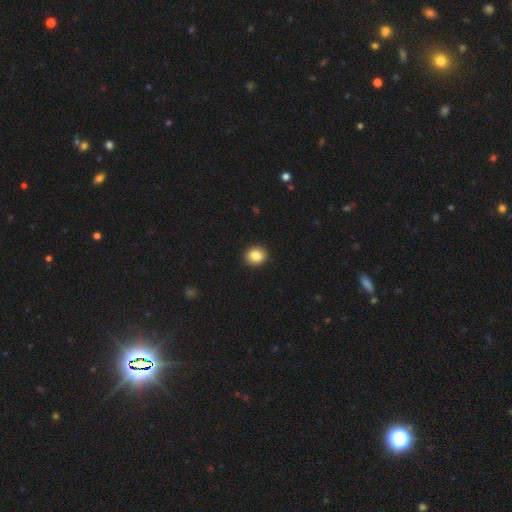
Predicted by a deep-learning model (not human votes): smooth_or_featured: smooth (p=0.85) [alt: star or artifact p=0.09]
how_rounded: round (p=0.76) [alt: in between p=0.23]
merging: none (p=0.91) [alt: minor disturbance p=0.06]